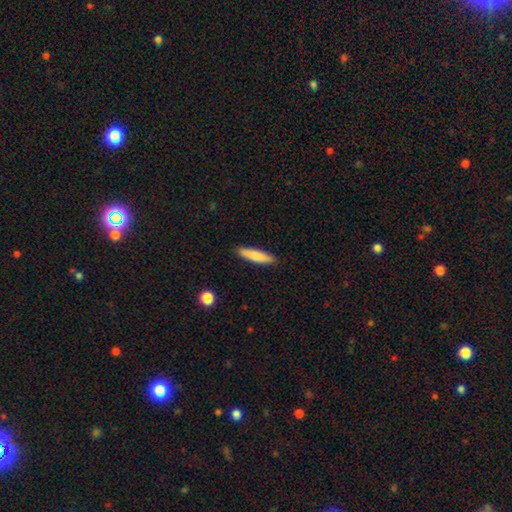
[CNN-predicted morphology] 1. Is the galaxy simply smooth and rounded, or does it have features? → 82% smooth, 13% featured or disk, 6% star or artifact.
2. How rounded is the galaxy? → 84% cigar-shaped, 15% in between, 1% round.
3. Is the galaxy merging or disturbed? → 90% none, 7% minor disturbance, 2% major disturbance, 1% merger.